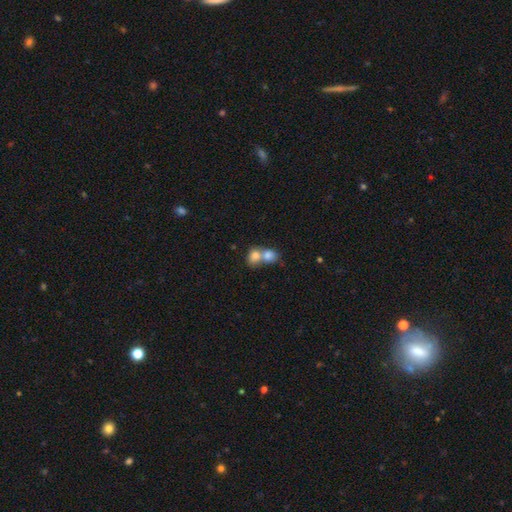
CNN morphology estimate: This appears to be a smooth galaxy with no disk features (78%) that is round (60%). Merging: merger (72%).